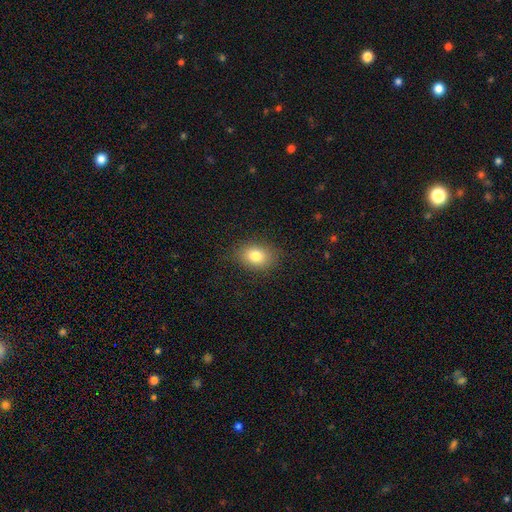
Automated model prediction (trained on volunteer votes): smooth 80%, star or artifact 10%, featured or disk 9%. Down the decision tree: how rounded — in between (72%); merging — none (84%).